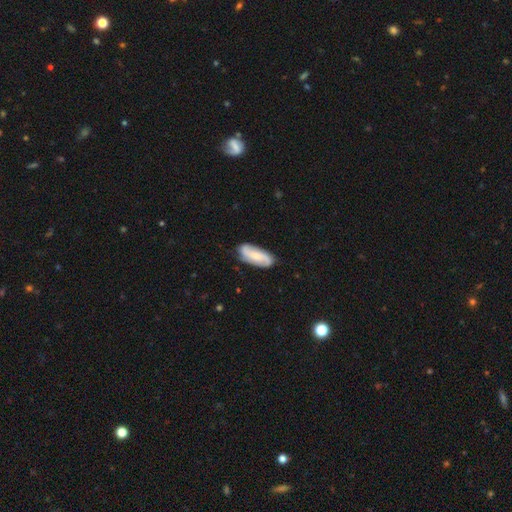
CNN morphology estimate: This appears to be a featured or disk galaxy (60%) with no bar (57%), 2 (69%) medium (41%) spiral arms (94%) and a small central bulge (48%). Merging: none (79%).